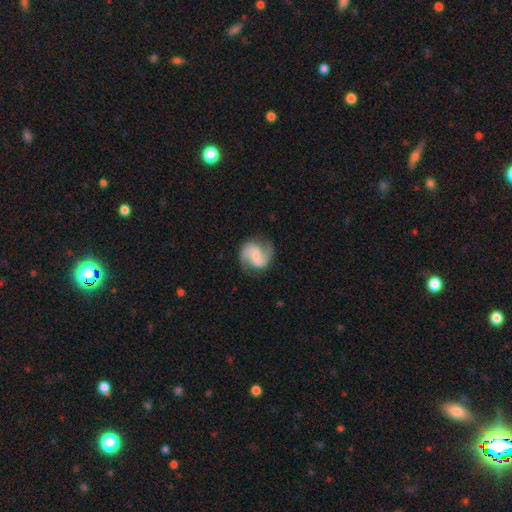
Smooth or featured? featured or disk (89%)
Edge-on disk? no (97%)
Bar? weak (39%)
Spiral arms? yes (97%)
Spiral winding? medium (69%)
Spiral arm count? 2 (94%)
Bulge size? small (42%)
Merging? none (78%)